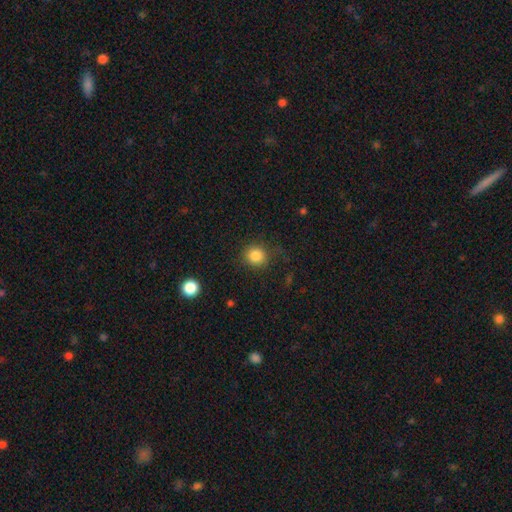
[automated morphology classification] Overall: smooth (85%). How rounded: round (88%). Merging: none (83%).